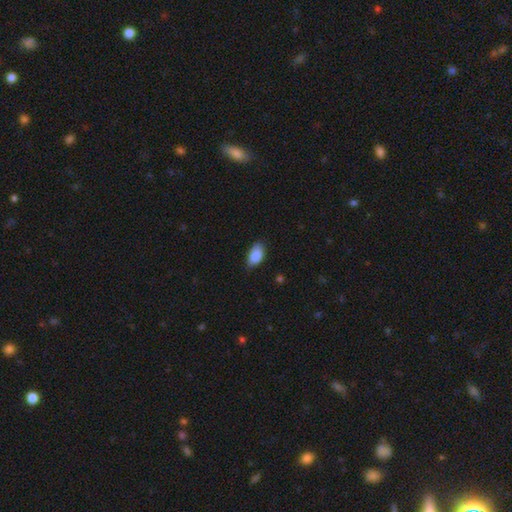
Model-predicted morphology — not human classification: A smooth galaxy with no disk features (87%) that is in between round and cigar-shaped (93%).

Vote fractions:
- Smooth or featured? smooth: 87% / star or artifact: 7% / featured or disk: 6%
- How rounded? in between: 93% / round: 4% / cigar-shaped: 3%
- Merging? none: 71% / minor disturbance: 24% / major disturbance: 3% / merger: 1%